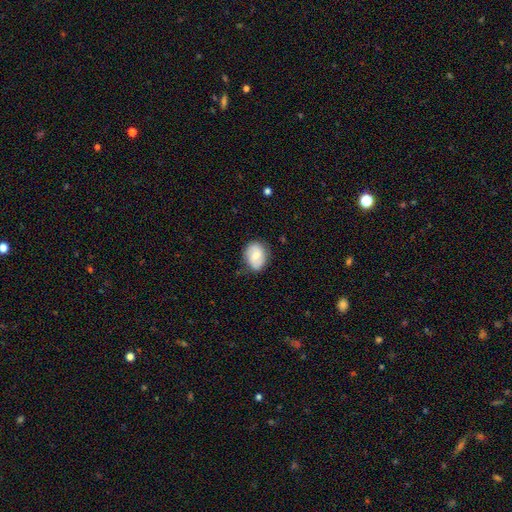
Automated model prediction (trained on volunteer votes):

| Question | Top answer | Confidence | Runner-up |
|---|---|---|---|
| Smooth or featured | smooth | 62% | featured or disk (31%) |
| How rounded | in between | 61% | round (38%) |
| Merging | none | 74% | minor disturbance (21%) |